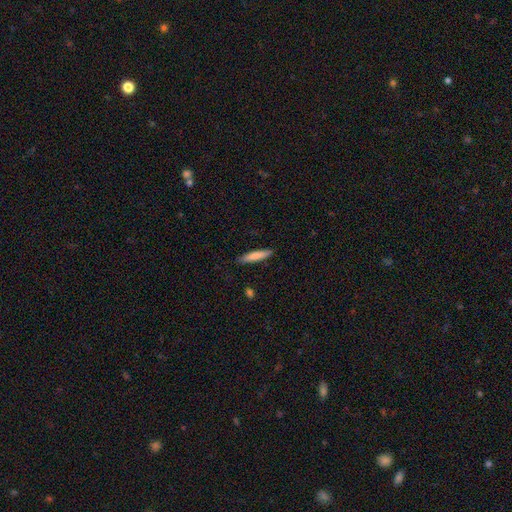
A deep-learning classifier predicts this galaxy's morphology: type=smooth (80%); roundness=cigar-shaped (88%); merging=none (88%).